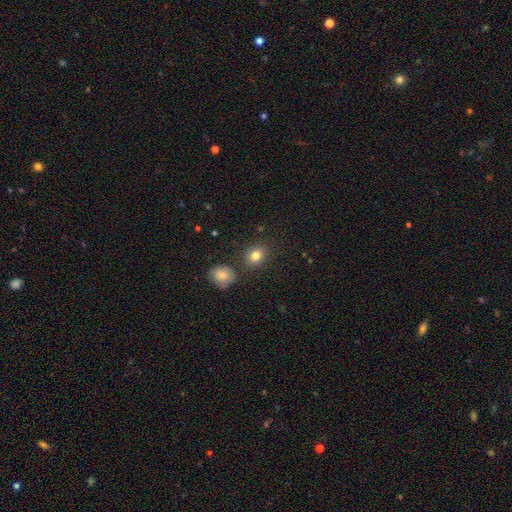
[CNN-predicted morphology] Q: Smooth or featured?
A: smooth (81%); runner-up: star or artifact (12%)
Q: How rounded?
A: round (62%); runner-up: in between (37%)
Q: Merging?
A: none (81%); runner-up: minor disturbance (10%)